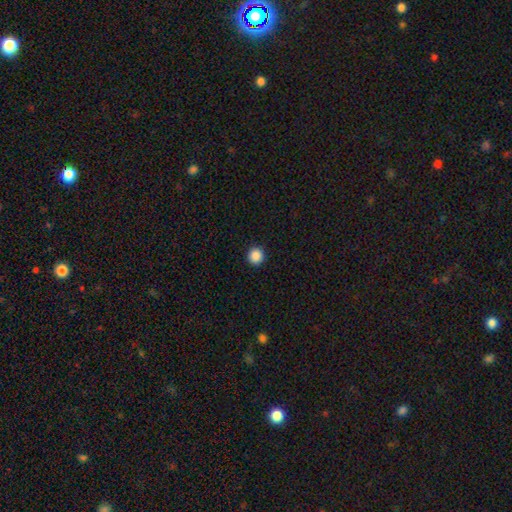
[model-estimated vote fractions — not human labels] A smooth galaxy with no disk features (88%) that is round (95%).

Vote fractions:
- Smooth or featured? smooth: 88% / star or artifact: 10% / featured or disk: 2%
- How rounded? round: 95% / in between: 4% / cigar-shaped: 1%
- Merging? none: 93% / minor disturbance: 5% / major disturbance: 2% / merger: 1%